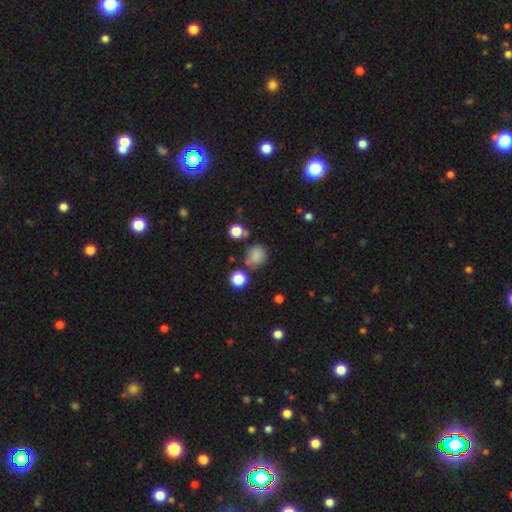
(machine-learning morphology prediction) The model was most divided on "merging": none: 68%, minor disturbance: 16%, merger: 11%, major disturbance: 5%. More confident: how rounded — round (83%); smooth or featured — smooth (79%).